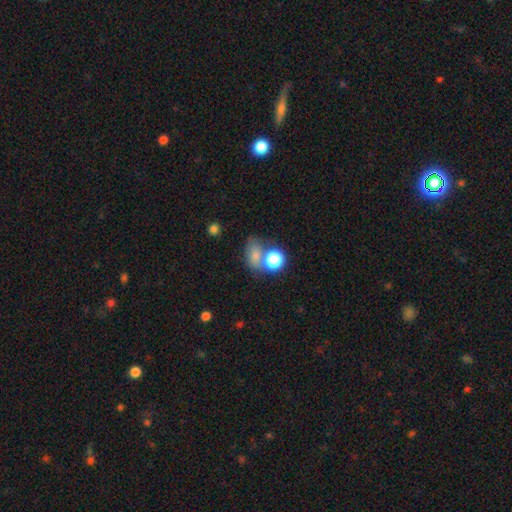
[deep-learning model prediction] A smooth galaxy with no disk features (70%) that is in between round and cigar-shaped (61%). Merging: none (44%).